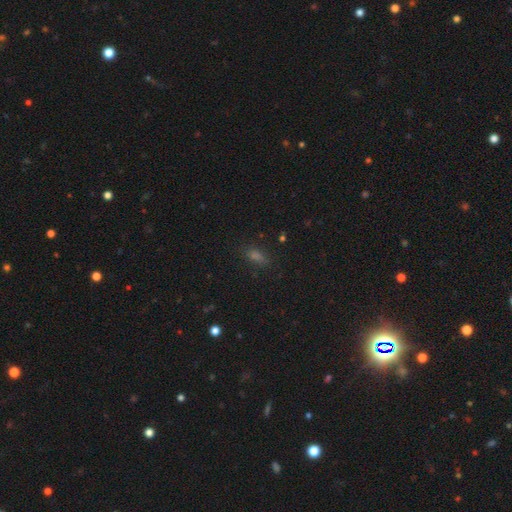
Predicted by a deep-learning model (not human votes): A smooth galaxy with no disk features (61%) that is in between round and cigar-shaped (76%).

Vote fractions:
- Smooth or featured? smooth: 61% / star or artifact: 28% / featured or disk: 10%
- How rounded? in between: 76% / cigar-shaped: 14% / round: 10%
- Merging? none: 82% / minor disturbance: 12% / major disturbance: 4% / merger: 2%